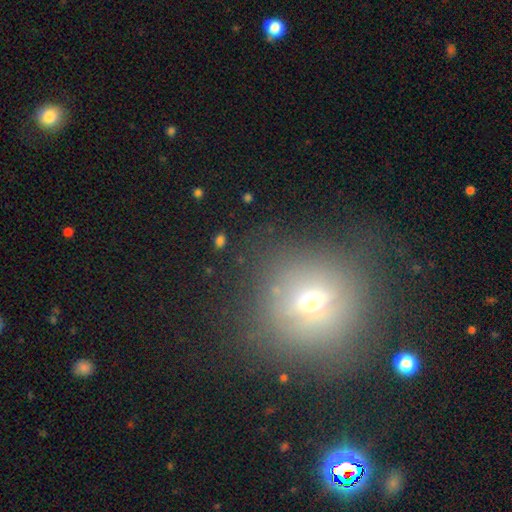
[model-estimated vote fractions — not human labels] Smooth or featured? Predicted: smooth (p=0.44). Merging? Predicted: none (p=0.78).